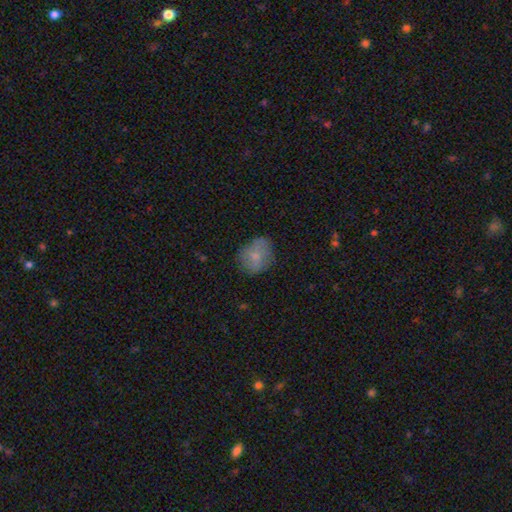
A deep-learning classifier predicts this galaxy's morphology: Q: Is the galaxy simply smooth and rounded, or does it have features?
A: smooth — 74%.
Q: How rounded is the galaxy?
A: round — 60%.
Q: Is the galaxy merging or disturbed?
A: none — 69%.